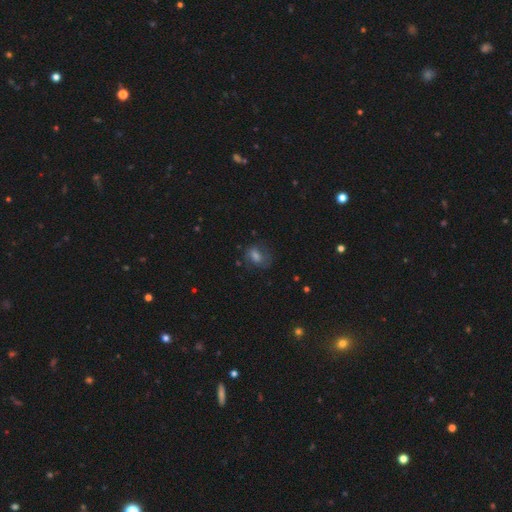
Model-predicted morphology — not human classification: This is possibly a smooth galaxy (56%). How rounded: likely in between (69%). Merging: likely none (61%).